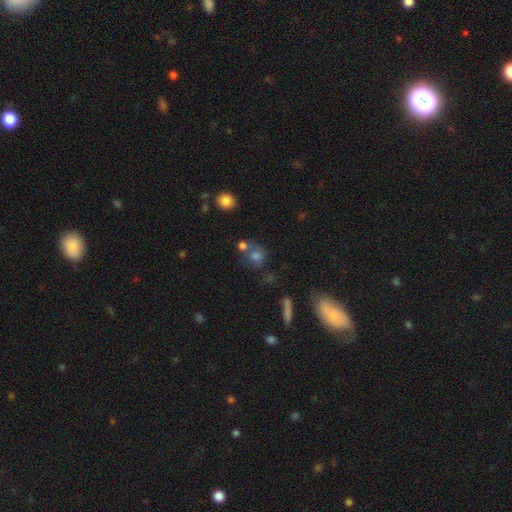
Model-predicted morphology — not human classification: A smooth galaxy with no disk features (71%) that is round (80%).

Vote fractions:
- Smooth or featured? smooth: 71% / star or artifact: 16% / featured or disk: 12%
- How rounded? round: 80% / in between: 18% / cigar-shaped: 2%
- Merging? none: 50% / merger: 32% / minor disturbance: 12% / major disturbance: 6%